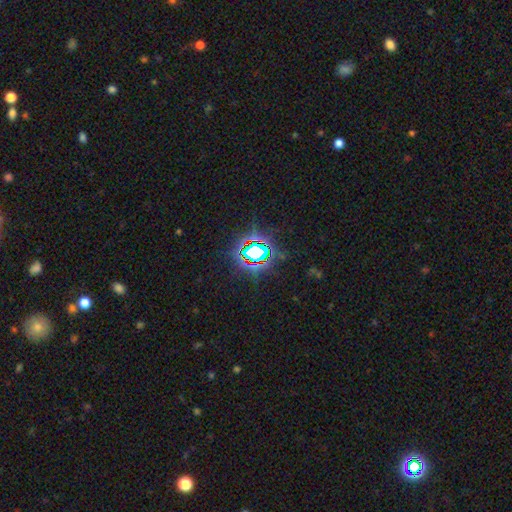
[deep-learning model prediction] smooth_or_featured: star or artifact (p=0.74) [alt: smooth p=0.14]